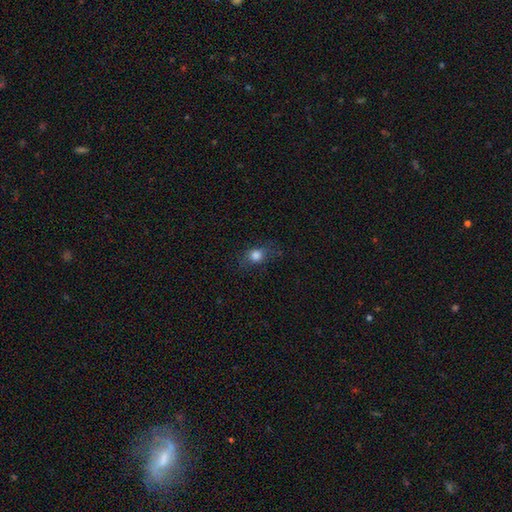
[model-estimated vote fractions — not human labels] smooth_or_featured: smooth (p=0.78) [alt: star or artifact p=0.12]
how_rounded: round (p=0.54) [alt: in between p=0.43]
merging: none (p=0.69) [alt: minor disturbance p=0.20]